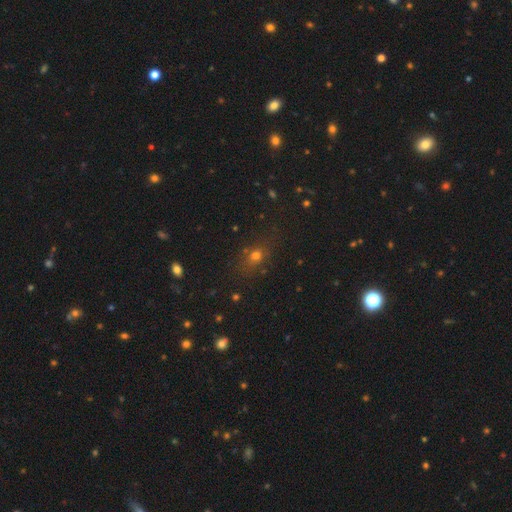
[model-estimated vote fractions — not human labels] This appears to be a smooth galaxy with no disk features (65%) that is round (50%). Merging: none (75%).